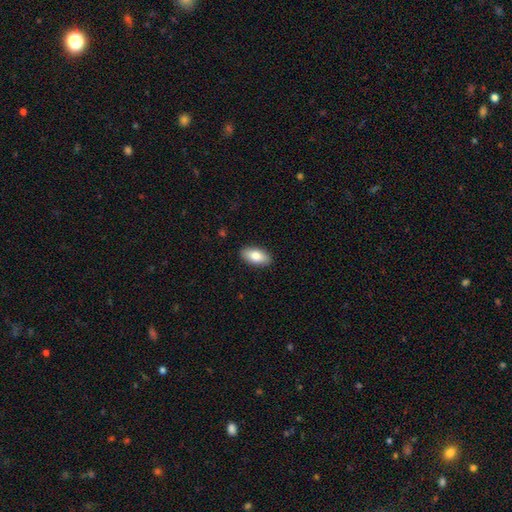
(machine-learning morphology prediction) A smooth galaxy with no disk features (80%) that is in between round and cigar-shaped (90%). Merging: none (90%).